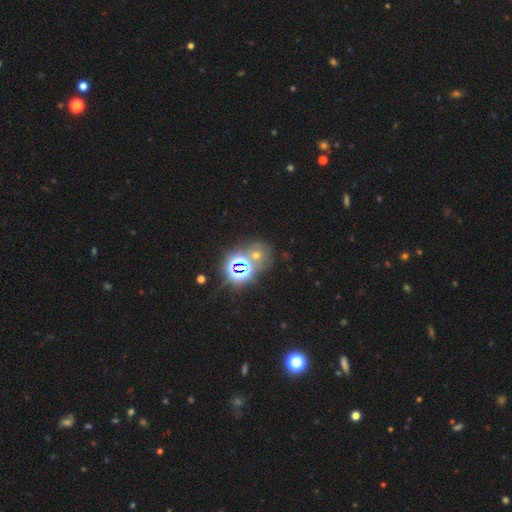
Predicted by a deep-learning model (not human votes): star or artifact 58%, smooth 29%, featured or disk 13%.